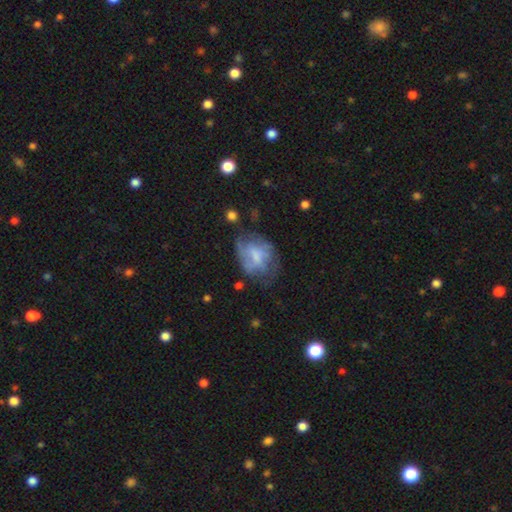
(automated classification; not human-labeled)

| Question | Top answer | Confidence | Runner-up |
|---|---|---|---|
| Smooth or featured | featured or disk | 54% | smooth (37%) |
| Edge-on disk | no | 97% | yes (3%) |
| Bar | no | 49% | weak (40%) |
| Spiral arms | yes | 55% | no (45%) |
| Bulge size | none | 36% | moderate (27%) |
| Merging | none | 44% | minor disturbance (27%) |